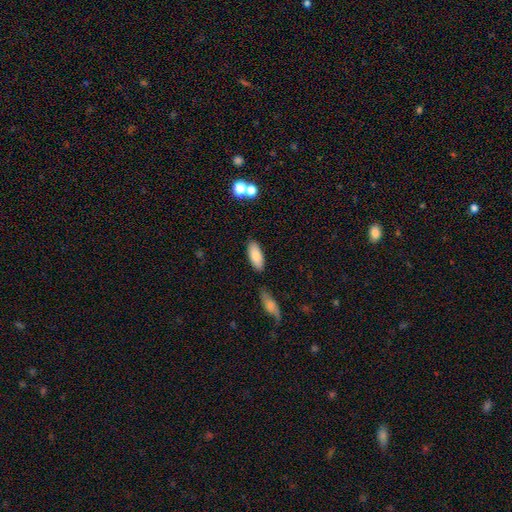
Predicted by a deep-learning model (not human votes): smooth_or_featured: smooth (p=0.84) [alt: featured or disk p=0.10]
how_rounded: in between (p=0.84) [alt: cigar-shaped p=0.14]
merging: none (p=0.81) [alt: minor disturbance p=0.11]